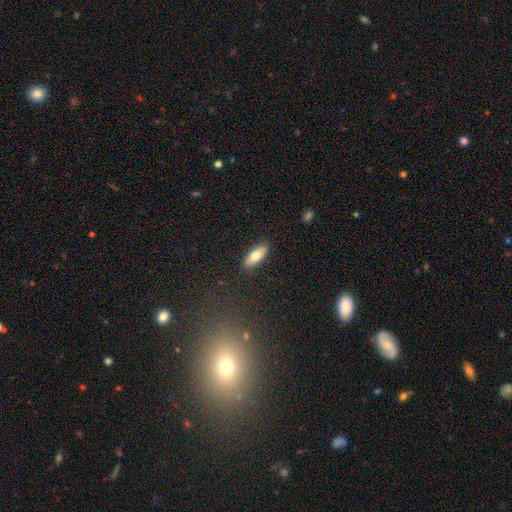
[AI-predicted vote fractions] Smooth or featured? Predicted: smooth (p=0.73). How rounded? Predicted: in between (p=0.67). Merging? Predicted: none (p=0.89).